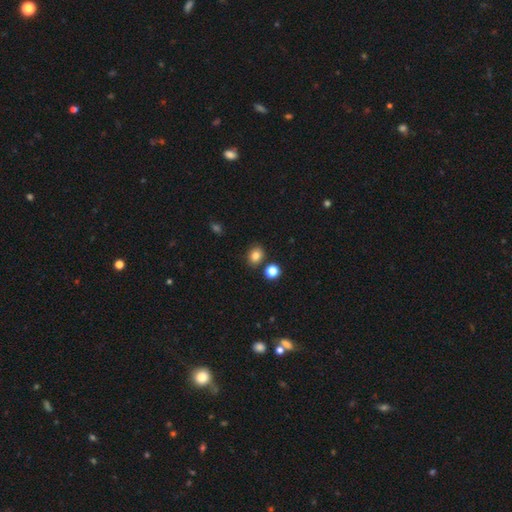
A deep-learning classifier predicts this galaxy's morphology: This is clearly a smooth galaxy (81%). How rounded: likely round (60%). Merging: clearly none (81%).